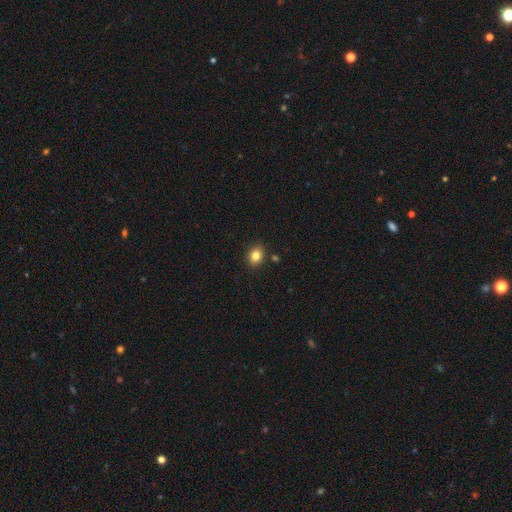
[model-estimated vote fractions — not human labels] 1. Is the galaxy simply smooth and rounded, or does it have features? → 83% smooth, 11% star or artifact, 7% featured or disk.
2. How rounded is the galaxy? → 51% round, 48% in between, 1% cigar-shaped.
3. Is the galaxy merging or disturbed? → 87% none, 8% minor disturbance, 3% merger, 2% major disturbance.